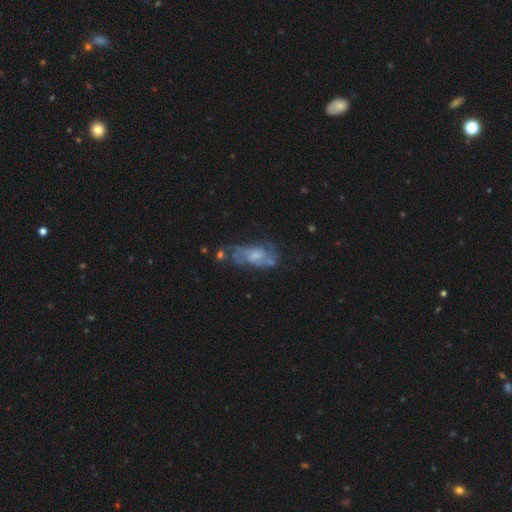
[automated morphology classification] A featured or disk galaxy (67%) with no bar (57%), spiral arms (69%) and a moderate central bulge (40%).

Vote fractions:
- Smooth or featured? featured or disk: 67% / smooth: 23% / star or artifact: 10%
- Edge-on disk? no: 93% / yes: 7%
- Bar? no: 57% / weak: 35% / strong: 8%
- Spiral arms? yes: 69% / no: 31%
- Bulge size? moderate: 40% / small: 31% / none: 21% / large: 8% / dominant: 1%
- Merging? none: 44% / minor disturbance: 23% / major disturbance: 21% / merger: 12%